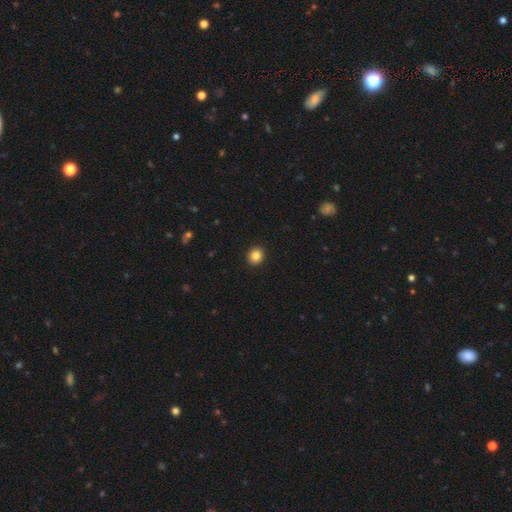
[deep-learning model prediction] Smooth or featured: smooth — 85% (star or artifact — 10%)
How rounded: round — 86% (in between — 13%)
Merging: none — 93% (minor disturbance — 5%)